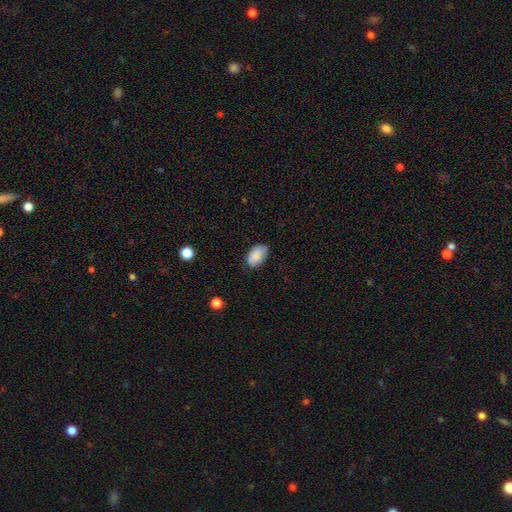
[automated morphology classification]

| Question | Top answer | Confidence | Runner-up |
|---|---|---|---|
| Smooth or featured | smooth | 86% | star or artifact (7%) |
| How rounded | in between | 92% | round (7%) |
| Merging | none | 75% | minor disturbance (21%) |